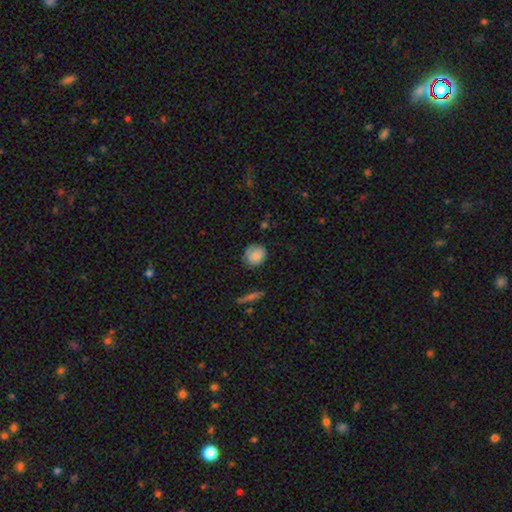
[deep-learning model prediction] This is clearly a smooth galaxy (83%). How rounded: clearly round (81%). Merging: likely none (77%).